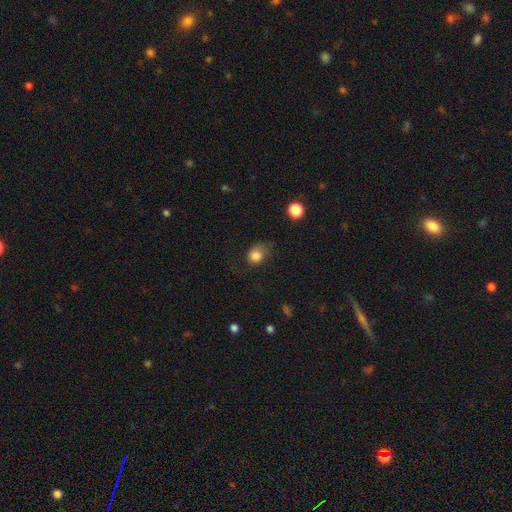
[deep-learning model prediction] smooth_or_featured: smooth (p=0.82) [alt: star or artifact p=0.10]
how_rounded: round (p=0.61) [alt: in between p=0.38]
merging: none (p=0.45) [alt: minor disturbance p=0.31]